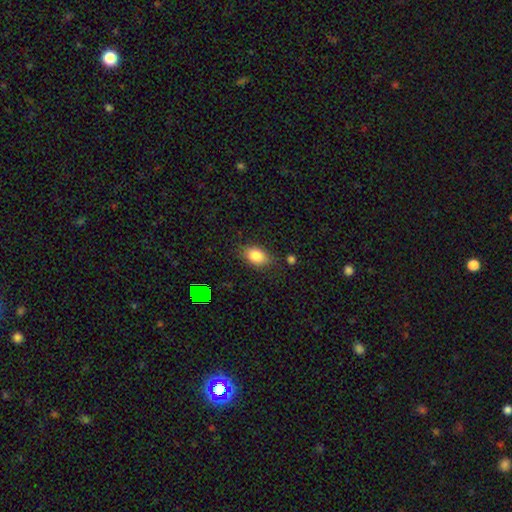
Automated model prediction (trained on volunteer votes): This appears to be a smooth galaxy with no disk features (82%) that is in between round and cigar-shaped (81%). Merging: none (78%).